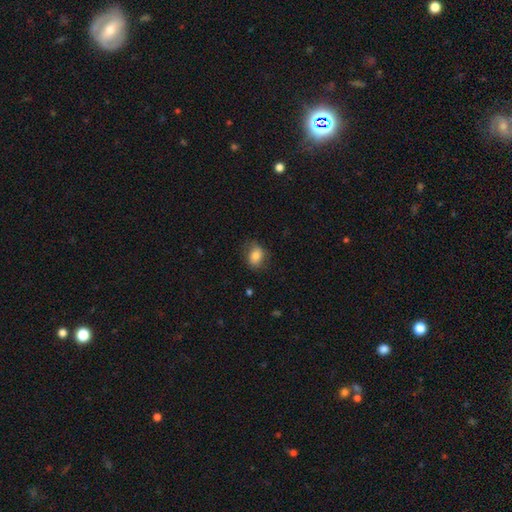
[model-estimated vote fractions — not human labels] A smooth galaxy with no disk features (79%) that is in between round and cigar-shaped (63%).

Vote fractions:
- Smooth or featured? smooth: 79% / featured or disk: 13% / star or artifact: 8%
- How rounded? in between: 63% / round: 35% / cigar-shaped: 1%
- Merging? none: 72% / minor disturbance: 20% / major disturbance: 7% / merger: 1%